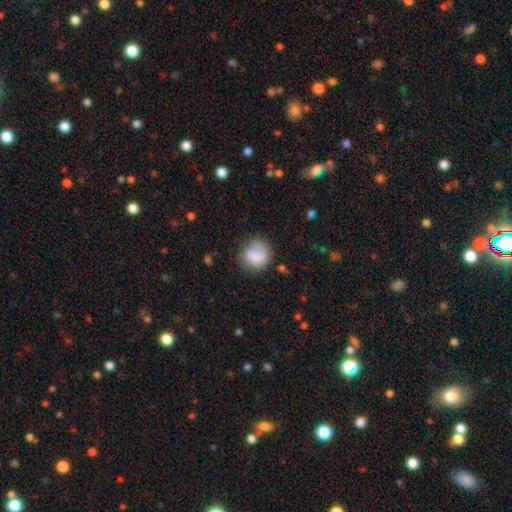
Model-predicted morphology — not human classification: The model was most divided on "merging": none: 59%, minor disturbance: 22%, major disturbance: 15%, merger: 3%. More confident: how rounded — round (77%); smooth or featured — smooth (70%).